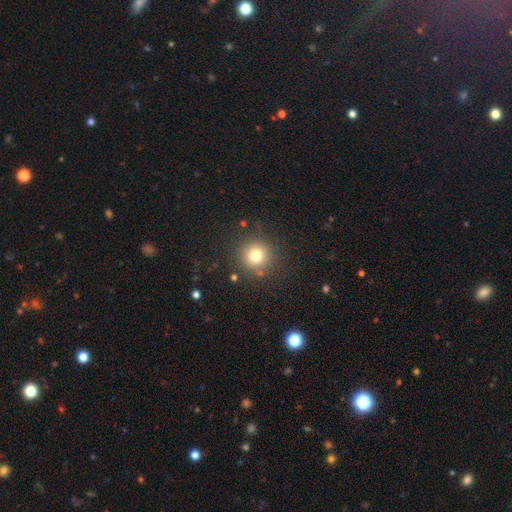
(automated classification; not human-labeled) Smooth or featured? Predicted: smooth (p=0.77). How rounded? Predicted: round (p=0.94). Merging? Predicted: none (p=0.87).